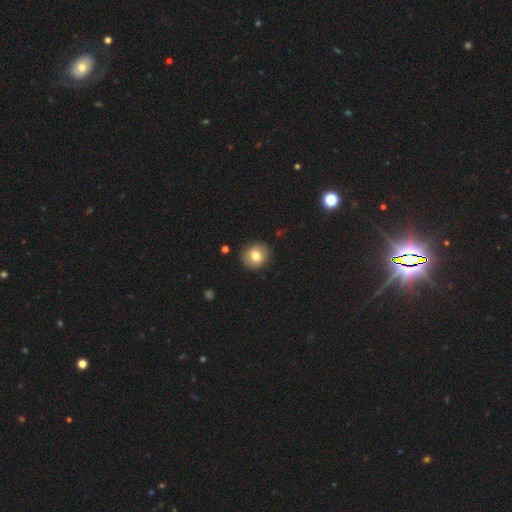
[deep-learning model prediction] Smooth or featured?
  - smooth: 79% *
  - featured or disk: 11%
  - star or artifact: 10%
How rounded?
  - round: 88% *
  - in between: 11%
  - cigar-shaped: 1%
Merging?
  - none: 90% *
  - minor disturbance: 7%
  - major disturbance: 2%
  - merger: 1%